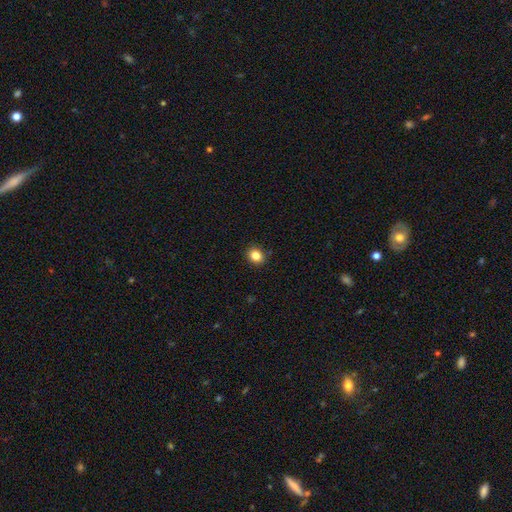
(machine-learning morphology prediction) Smooth or featured?
  - smooth: 84% *
  - star or artifact: 11%
  - featured or disk: 5%
How rounded?
  - round: 70% *
  - in between: 29%
  - cigar-shaped: 1%
Merging?
  - none: 90% *
  - minor disturbance: 7%
  - major disturbance: 2%
  - merger: 1%